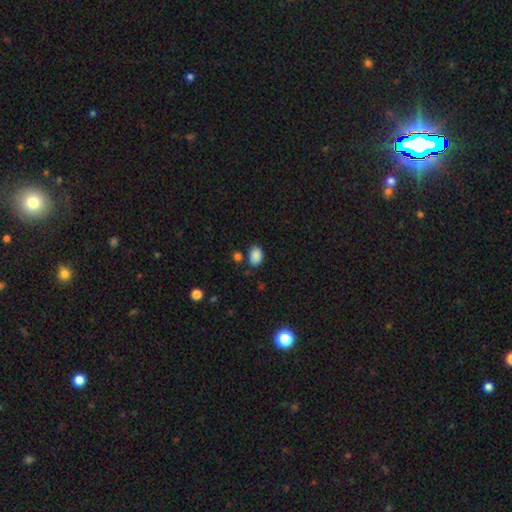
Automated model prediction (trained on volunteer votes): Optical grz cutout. It shows a smooth galaxy with no disk features (88%) that is in between round and cigar-shaped (81%). Merging: none (74%).